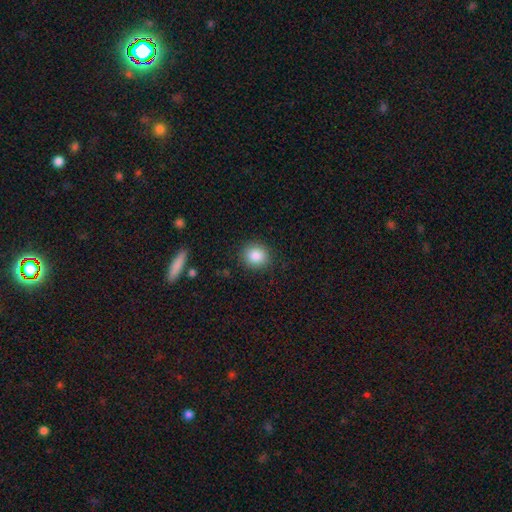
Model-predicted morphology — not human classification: A smooth galaxy with no disk features (85%) that is round (82%).

Vote fractions:
- Smooth or featured? smooth: 85% / star or artifact: 9% / featured or disk: 6%
- How rounded? round: 82% / in between: 17% / cigar-shaped: 1%
- Merging? none: 88% / minor disturbance: 8% / major disturbance: 3% / merger: 1%